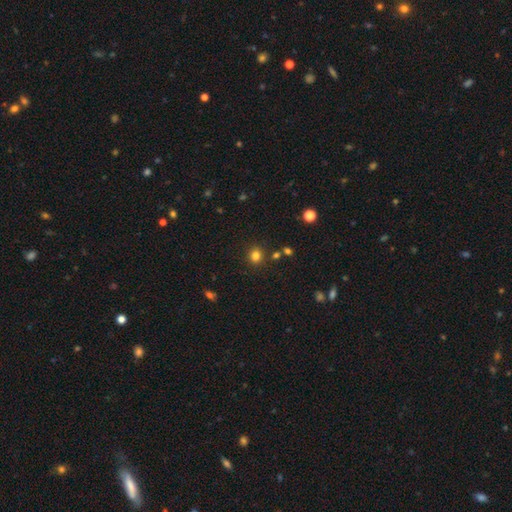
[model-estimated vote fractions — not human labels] Overall: smooth (80%). How rounded: round (85%). Merging: none (85%).